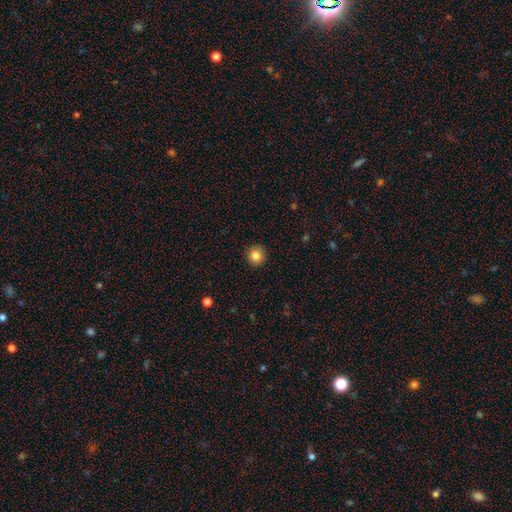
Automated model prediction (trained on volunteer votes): Q: Smooth or featured?
A: smooth (84%); runner-up: star or artifact (10%)
Q: How rounded?
A: round (91%); runner-up: in between (8%)
Q: Merging?
A: none (92%); runner-up: minor disturbance (6%)